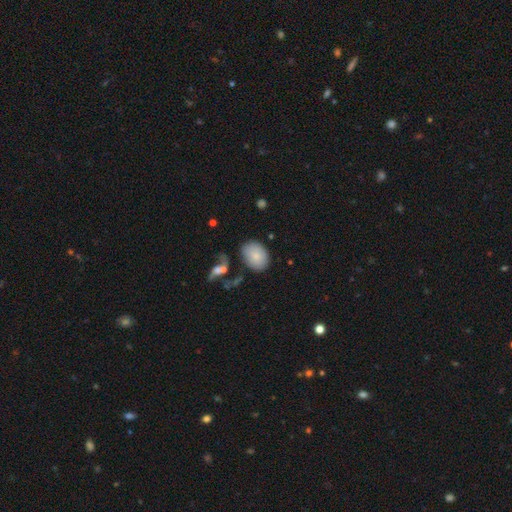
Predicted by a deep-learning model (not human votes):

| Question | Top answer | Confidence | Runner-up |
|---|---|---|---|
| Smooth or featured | smooth | 81% | featured or disk (12%) |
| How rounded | in between | 73% | round (26%) |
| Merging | none | 72% | minor disturbance (19%) |